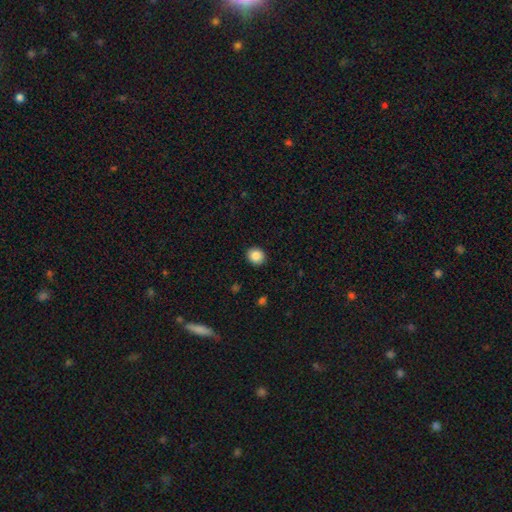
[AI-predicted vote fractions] This appears to be a smooth galaxy with no disk features (86%) that is round (79%). Merging: none (91%).